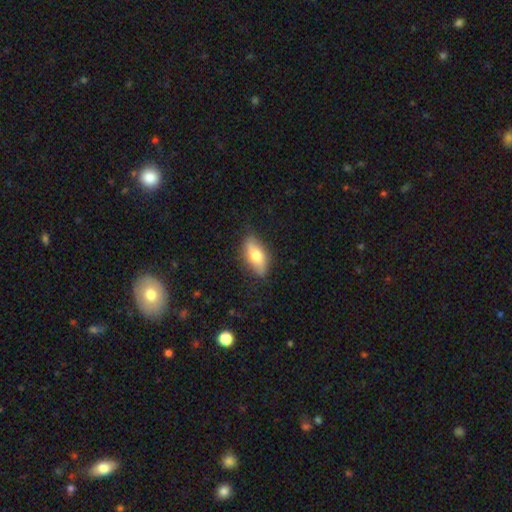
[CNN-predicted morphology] smooth-or-featured: smooth: 64% | featured or disk: 30% | star or artifact: 6%
  how-rounded: in between: 83% | cigar-shaped: 13% | round: 4%
  merging: none: 79% | minor disturbance: 16% | major disturbance: 3% | merger: 1%